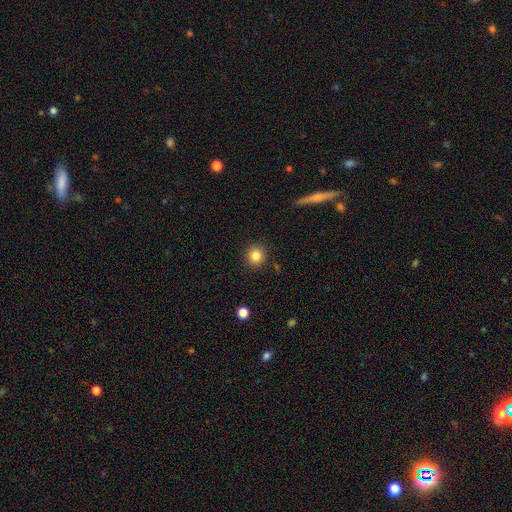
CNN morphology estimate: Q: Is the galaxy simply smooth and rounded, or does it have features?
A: smooth — 84%.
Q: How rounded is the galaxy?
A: round — 92%.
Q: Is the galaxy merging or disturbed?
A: none — 90%.